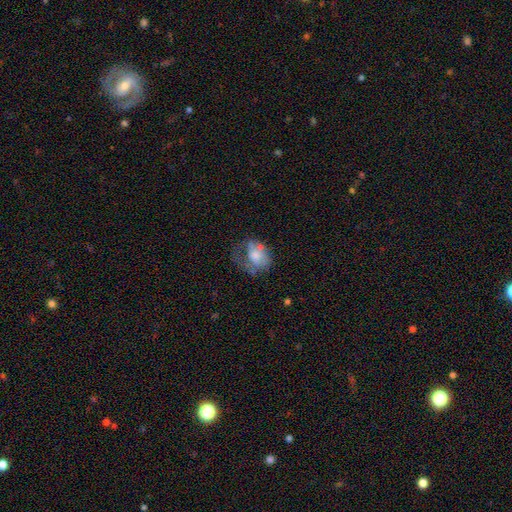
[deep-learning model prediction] Smooth or featured: smooth — 52% (featured or disk — 39%)
How rounded: in between — 63% (round — 36%)
Merging: major disturbance — 42% (none — 28%)